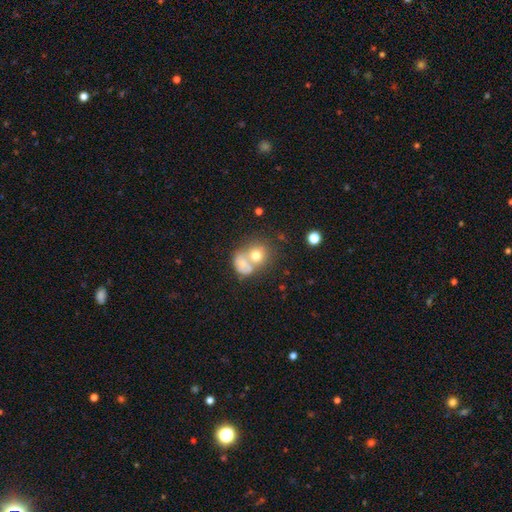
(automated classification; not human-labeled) smooth-or-featured: smooth: 64% | featured or disk: 24% | star or artifact: 12%
  how-rounded: round: 71% | in between: 28% | cigar-shaped: 1%
  merging: merger: 59% | none: 27% | minor disturbance: 8% | major disturbance: 6%